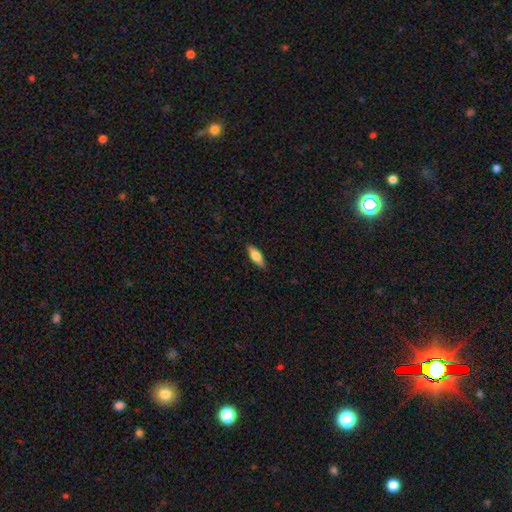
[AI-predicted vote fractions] Overall: smooth (68%). How rounded: in between (62%; cigar-shaped 35%). Merging: none (88%).